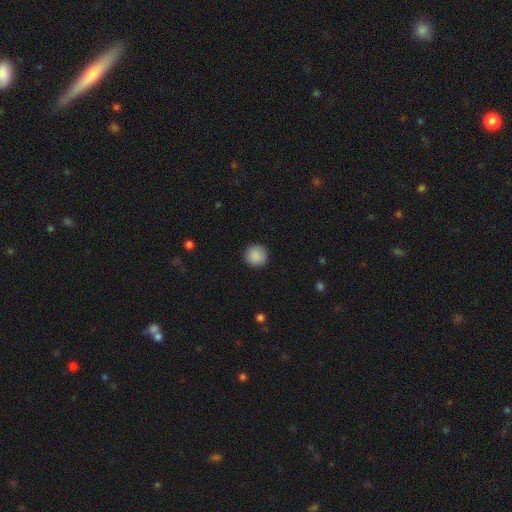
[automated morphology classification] smooth 89%, star or artifact 8%, featured or disk 3%. Down the decision tree: how rounded — round (94%); merging — none (91%).